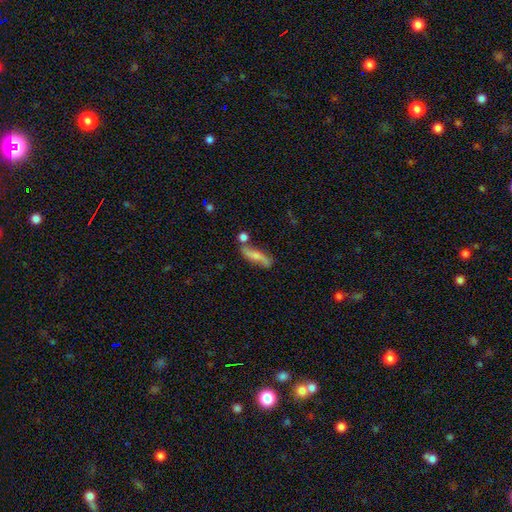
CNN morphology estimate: smooth-or-featured: featured or disk: 48% | smooth: 45% | star or artifact: 8%
  merging: none: 59% | minor disturbance: 18% | merger: 16% | major disturbance: 6%